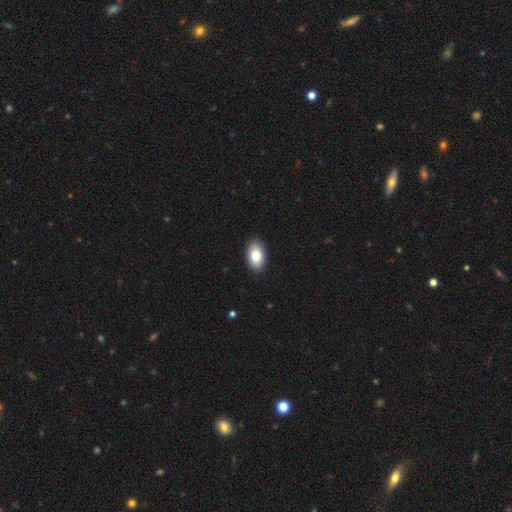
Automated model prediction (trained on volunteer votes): This appears to be a smooth galaxy with no disk features (82%) that is in between round and cigar-shaped (93%). Merging: none (89%).